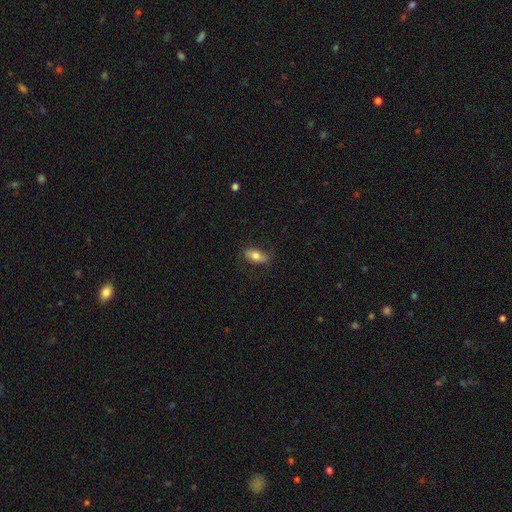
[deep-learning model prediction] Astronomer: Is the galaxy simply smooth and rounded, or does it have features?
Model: smooth — 71%.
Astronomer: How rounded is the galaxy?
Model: in between — 84%.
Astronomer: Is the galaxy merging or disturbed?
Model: none — 77%.